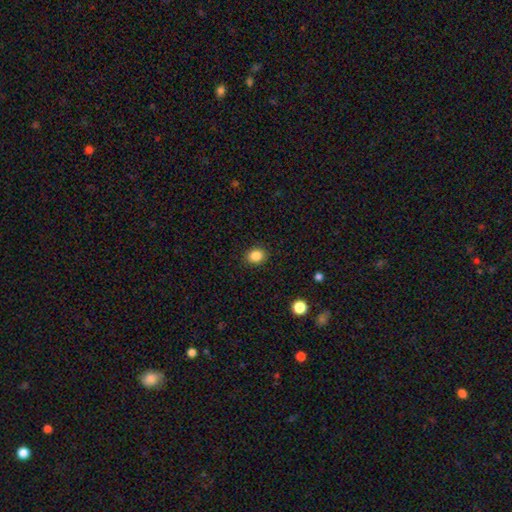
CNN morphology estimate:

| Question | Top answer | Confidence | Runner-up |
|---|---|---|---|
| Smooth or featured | smooth | 86% | star or artifact (10%) |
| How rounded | round | 55% | in between (44%) |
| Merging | none | 88% | minor disturbance (8%) |